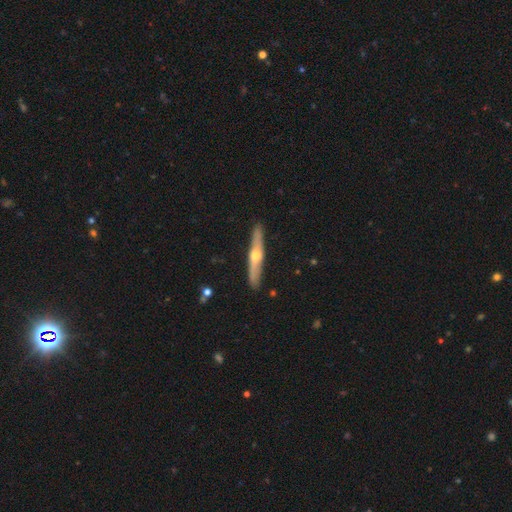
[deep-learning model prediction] Smooth or featured? featured or disk (65%)
Edge-on disk? yes (95%)
Edge-on bulge? rounded (92%)
Merging? none (90%)